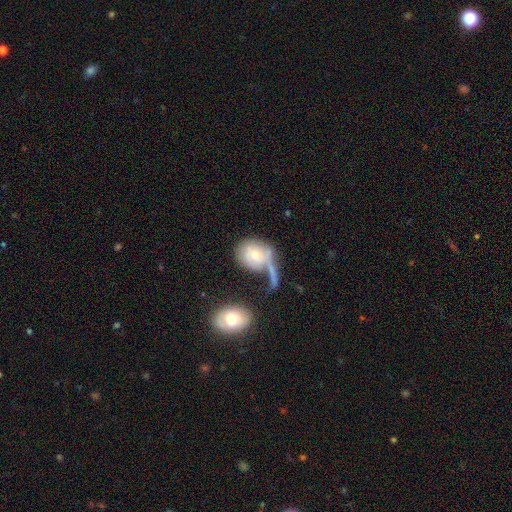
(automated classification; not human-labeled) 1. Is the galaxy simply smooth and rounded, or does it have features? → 57% smooth, 35% featured or disk, 8% star or artifact.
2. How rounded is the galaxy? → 64% round, 35% in between, 2% cigar-shaped.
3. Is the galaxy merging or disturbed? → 34% none, 32% merger, 18% major disturbance, 16% minor disturbance.